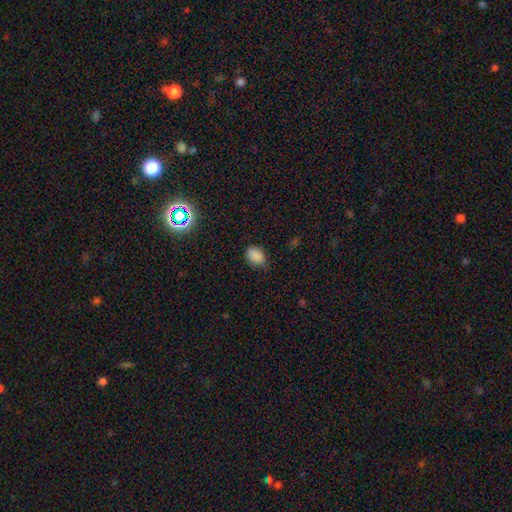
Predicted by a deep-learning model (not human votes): Overall: smooth (85%). How rounded: in between (83%). Merging: none (71%).